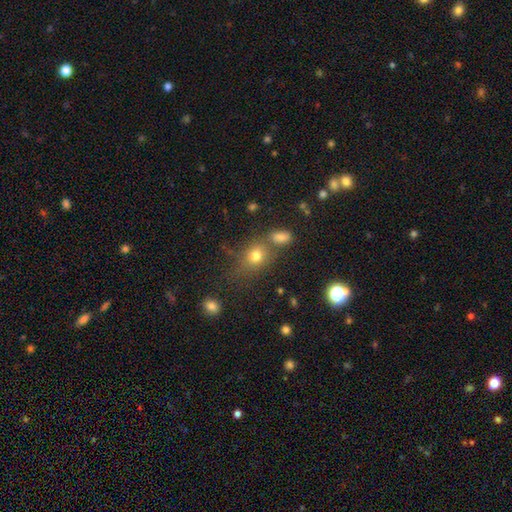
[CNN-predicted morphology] The model was most divided on "how rounded": round: 59%, in between: 39%, cigar-shaped: 2%. More confident: smooth or featured — smooth (75%); merging — none (61%).